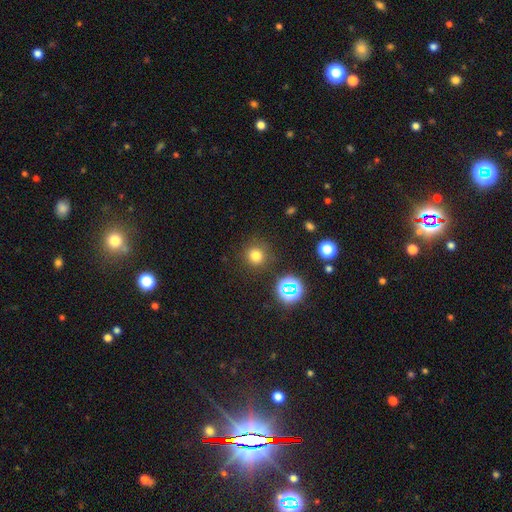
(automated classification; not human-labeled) This is likely a smooth galaxy (75%). How rounded: clearly round (92%). Merging: clearly none (86%).